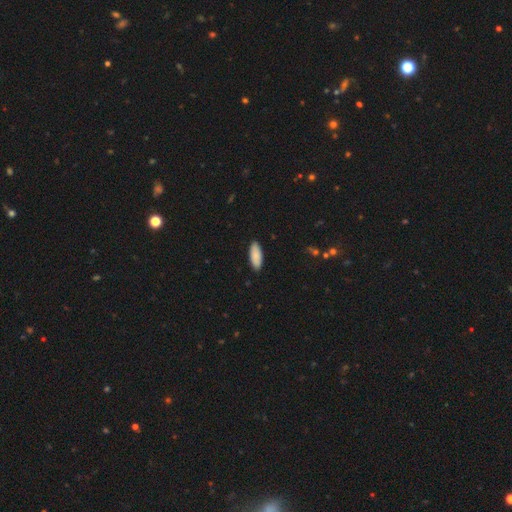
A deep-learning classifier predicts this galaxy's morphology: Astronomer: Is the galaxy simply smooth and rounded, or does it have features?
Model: smooth — 88%.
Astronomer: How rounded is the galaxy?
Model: in between — 78%.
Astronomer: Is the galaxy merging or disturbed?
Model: none — 89%.